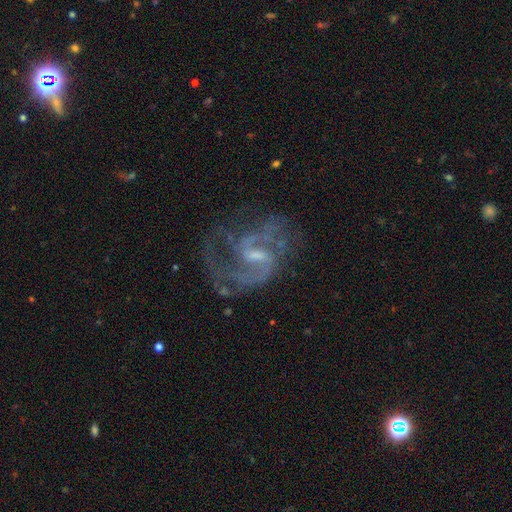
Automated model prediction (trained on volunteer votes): Q: Smooth or featured?
A: featured or disk (89%); runner-up: star or artifact (6%)
Q: Edge-on disk?
A: no (98%); runner-up: yes (2%)
Q: Bar?
A: weak (62%); runner-up: strong (20%)
Q: Spiral arms?
A: yes (96%); runner-up: no (4%)
Q: Spiral winding?
A: medium (55%); runner-up: loose (30%)
Q: Spiral arm count?
A: 2 (76%); runner-up: can't tell (8%)
Q: Bulge size?
A: small (51%); runner-up: moderate (31%)
Q: Merging?
A: none (58%); runner-up: major disturbance (21%)